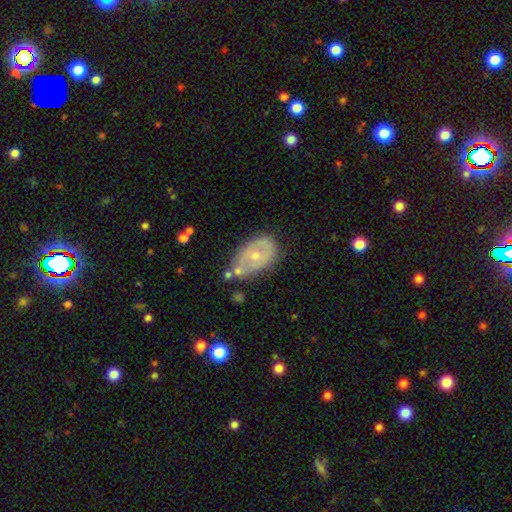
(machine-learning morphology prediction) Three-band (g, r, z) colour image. It shows a featured or disk galaxy (52%). Merging: none (47%).